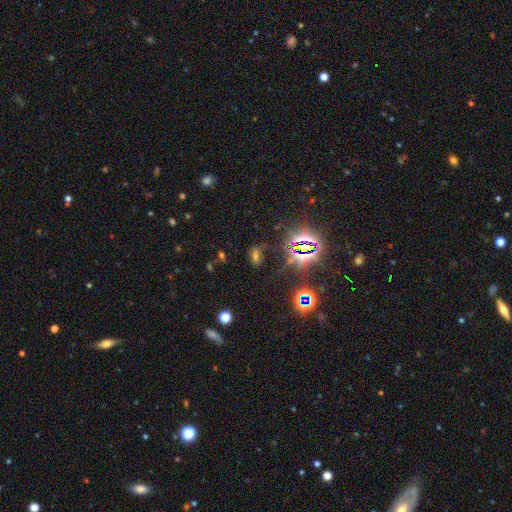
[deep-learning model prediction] smooth_or_featured: star or artifact (p=0.54) [alt: smooth p=0.35]